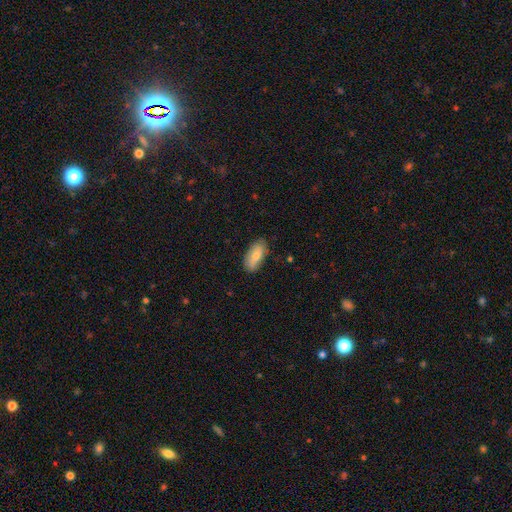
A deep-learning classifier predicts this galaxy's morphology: This is likely a smooth galaxy (76%). How rounded: clearly in between (86%). Merging: clearly none (82%).